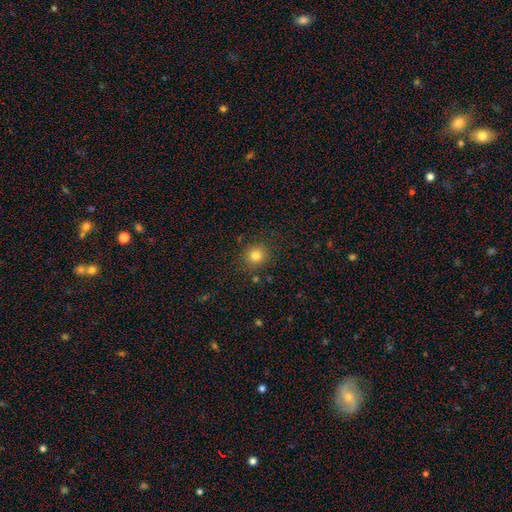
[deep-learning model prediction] Smooth or featured? Predicted: smooth (p=0.81). How rounded? Predicted: round (p=0.89). Merging? Predicted: none (p=0.86).